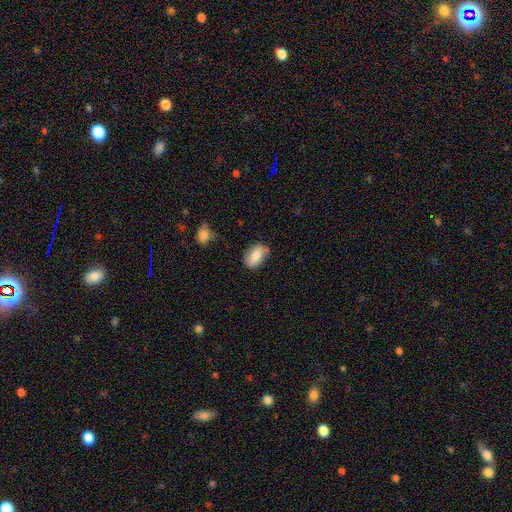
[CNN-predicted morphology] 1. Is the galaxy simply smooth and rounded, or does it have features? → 77% smooth, 16% featured or disk, 7% star or artifact.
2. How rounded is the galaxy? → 90% in between, 7% round, 3% cigar-shaped.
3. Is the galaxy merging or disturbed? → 74% none, 20% minor disturbance, 4% major disturbance, 3% merger.